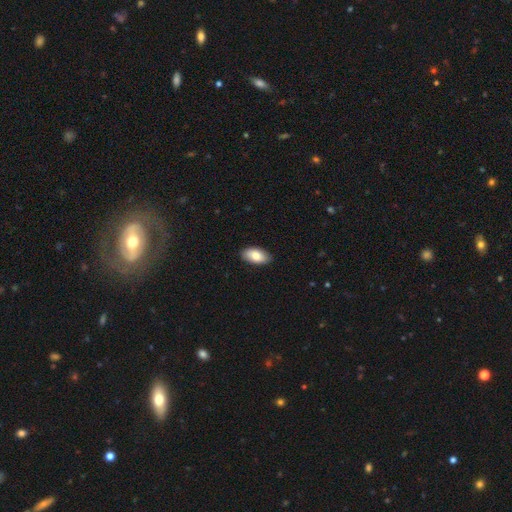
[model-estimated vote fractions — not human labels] Smooth or featured?
  - smooth: 82% *
  - featured or disk: 12%
  - star or artifact: 6%
How rounded?
  - in between: 94% *
  - cigar-shaped: 3%
  - round: 3%
Merging?
  - none: 89% *
  - minor disturbance: 8%
  - major disturbance: 2%
  - merger: 1%